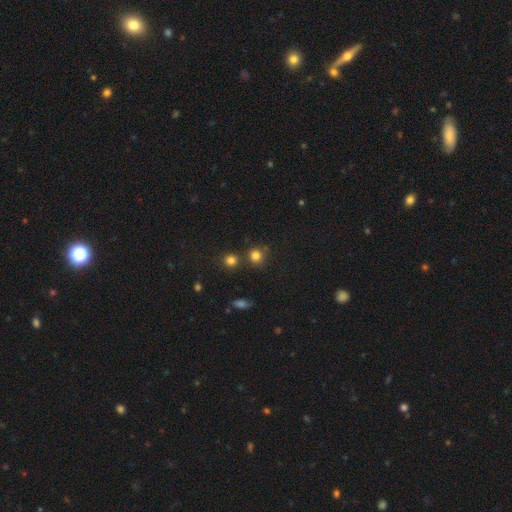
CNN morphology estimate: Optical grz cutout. It shows a smooth galaxy with no disk features (78%) that is round (88%). Merging: none (74%).